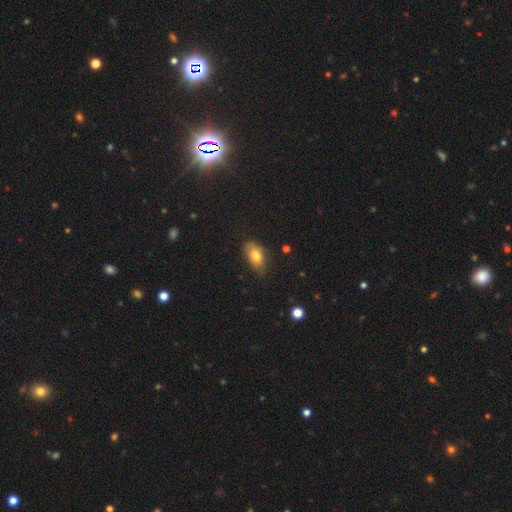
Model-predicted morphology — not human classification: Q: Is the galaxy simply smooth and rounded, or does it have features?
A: smooth — 78%.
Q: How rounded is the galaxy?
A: in between — 89%.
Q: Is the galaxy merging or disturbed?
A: none — 69%.